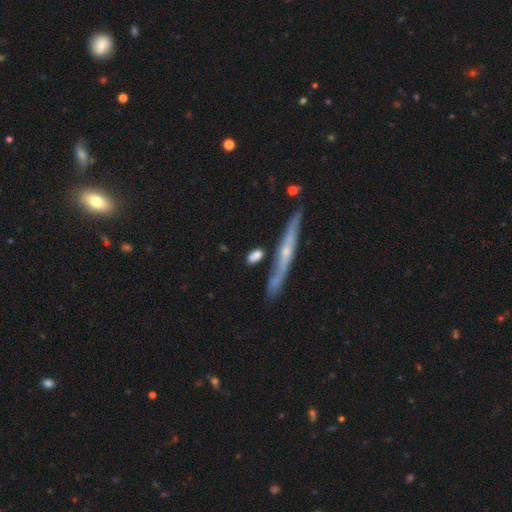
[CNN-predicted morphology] A smooth galaxy with no disk features (70%) that is in between round and cigar-shaped (55%).

Vote fractions:
- Smooth or featured? smooth: 70% / featured or disk: 23% / star or artifact: 7%
- How rounded? in between: 55% / cigar-shaped: 31% / round: 14%
- Merging? none: 70% / minor disturbance: 15% / merger: 10% / major disturbance: 5%